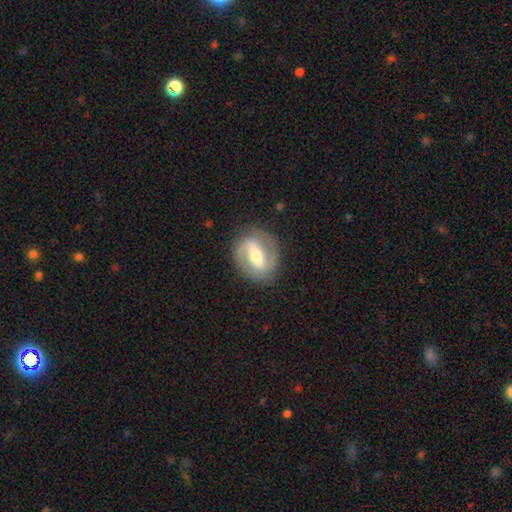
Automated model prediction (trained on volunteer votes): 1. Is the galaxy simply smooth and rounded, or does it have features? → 80% featured or disk, 15% smooth, 5% star or artifact.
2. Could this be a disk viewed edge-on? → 96% no, 4% yes.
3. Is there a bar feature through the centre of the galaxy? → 54% strong, 32% weak, 14% no.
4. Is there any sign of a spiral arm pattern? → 88% yes, 12% no.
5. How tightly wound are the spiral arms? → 46% medium, 34% tight, 20% loose.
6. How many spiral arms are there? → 89% 2, 5% can't tell, 3% 1, 1% 3, 1% 4, 1% more than 4.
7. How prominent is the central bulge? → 58% moderate, 31% small, 8% large, 2% none, 1% dominant.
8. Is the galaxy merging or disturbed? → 83% none, 11% minor disturbance, 4% major disturbance, 1% merger.